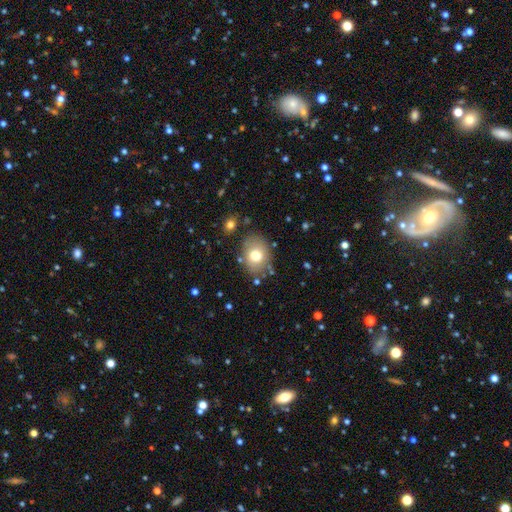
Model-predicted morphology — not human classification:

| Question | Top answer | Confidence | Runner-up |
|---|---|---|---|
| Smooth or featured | smooth | 73% | featured or disk (17%) |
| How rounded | in between | 62% | round (37%) |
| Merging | none | 79% | minor disturbance (13%) |